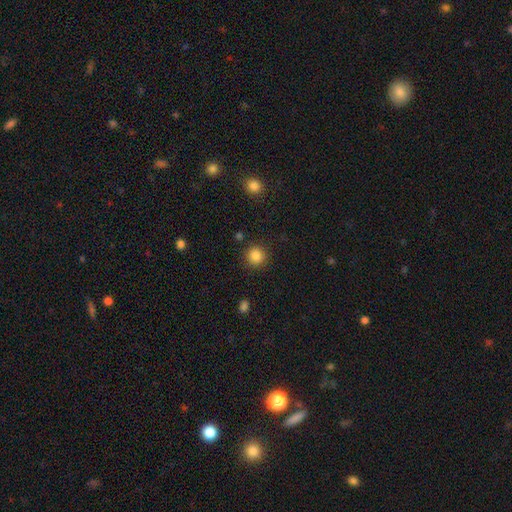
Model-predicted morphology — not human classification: Overall: smooth (86%). How rounded: round (91%). Merging: none (88%).